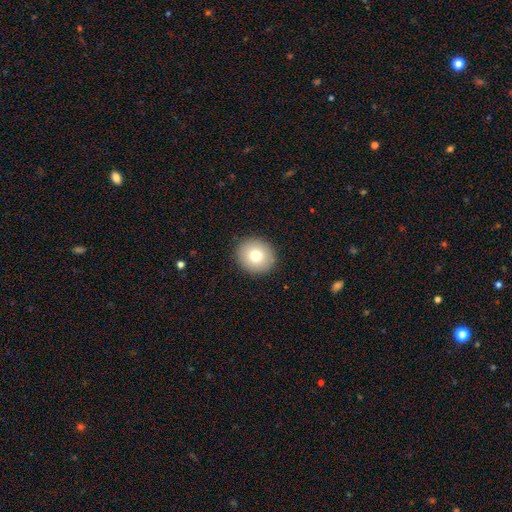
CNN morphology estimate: Q: Smooth or featured?
A: smooth (76%); runner-up: featured or disk (14%)
Q: How rounded?
A: round (86%); runner-up: in between (13%)
Q: Merging?
A: none (91%); runner-up: minor disturbance (6%)